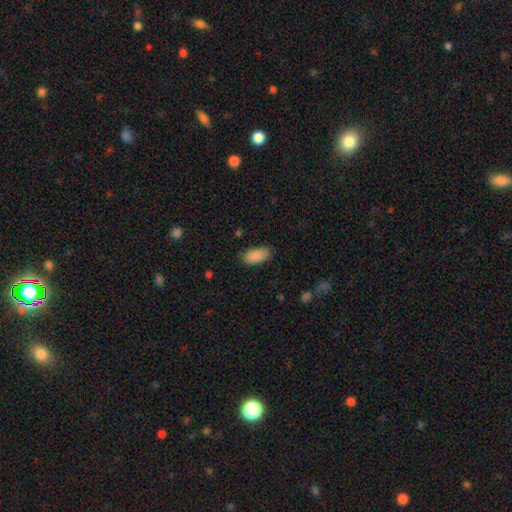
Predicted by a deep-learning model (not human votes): This appears to be a smooth galaxy with no disk features (88%) that is in between round and cigar-shaped (92%). Merging: none (78%).